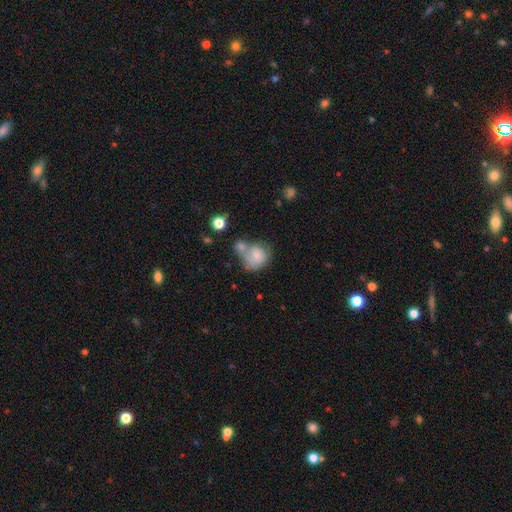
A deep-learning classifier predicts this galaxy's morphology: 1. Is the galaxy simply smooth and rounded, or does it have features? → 69% smooth, 22% featured or disk, 9% star or artifact.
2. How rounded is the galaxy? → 58% round, 41% in between, 1% cigar-shaped.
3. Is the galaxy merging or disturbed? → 48% merger, 23% none, 15% minor disturbance, 14% major disturbance.